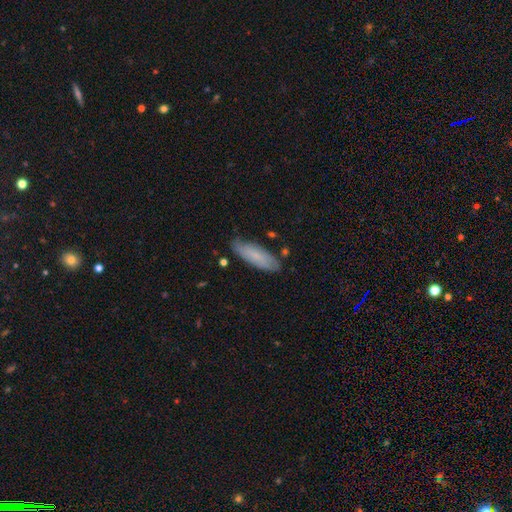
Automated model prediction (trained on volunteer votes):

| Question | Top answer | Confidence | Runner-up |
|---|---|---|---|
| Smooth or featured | smooth | 70% | featured or disk (24%) |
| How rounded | in between | 57% | cigar-shaped (41%) |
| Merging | none | 74% | minor disturbance (20%) |